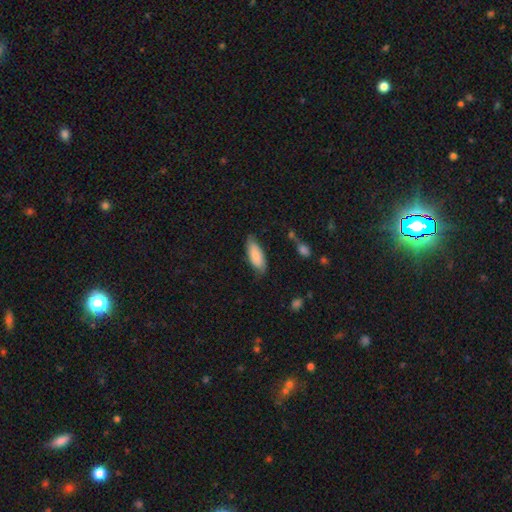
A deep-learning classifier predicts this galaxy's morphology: Smooth or featured? smooth (80%)
How rounded? in between (73%)
Merging? none (69%)